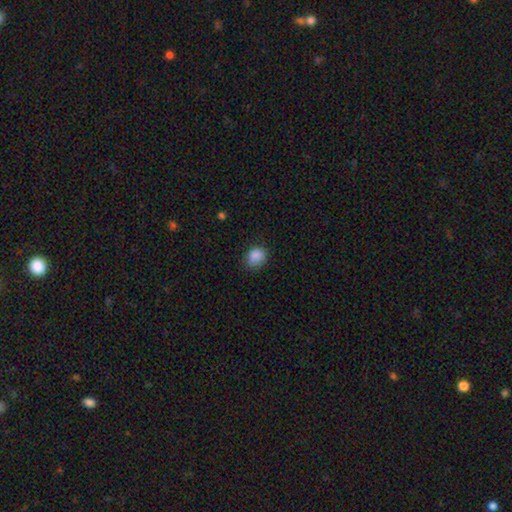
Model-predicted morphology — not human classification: Smooth or featured? smooth (87%)
How rounded? round (59%)
Merging? none (76%)